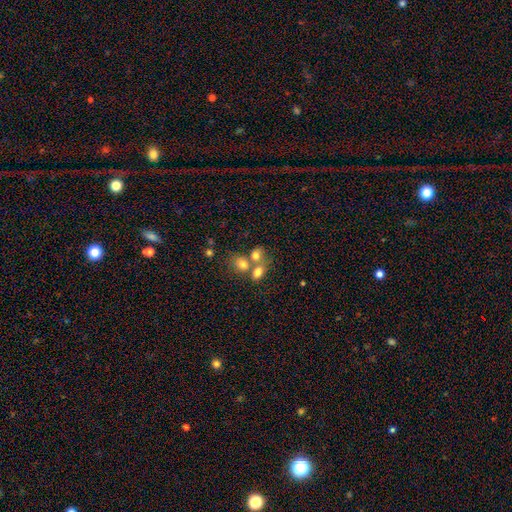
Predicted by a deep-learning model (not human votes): A smooth galaxy with no disk features (72%) that is in between round and cigar-shaped (50%).

Vote fractions:
- Smooth or featured? smooth: 72% / featured or disk: 15% / star or artifact: 13%
- How rounded? in between: 50% / round: 49% / cigar-shaped: 1%
- Merging? merger: 54% / none: 32% / minor disturbance: 8% / major disturbance: 5%